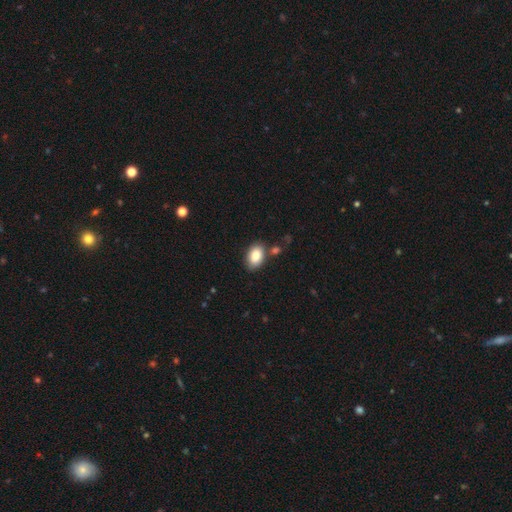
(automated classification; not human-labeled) Smooth or featured? Predicted: smooth (p=0.85). How rounded? Predicted: in between (p=0.88). Merging? Predicted: none (p=0.76).